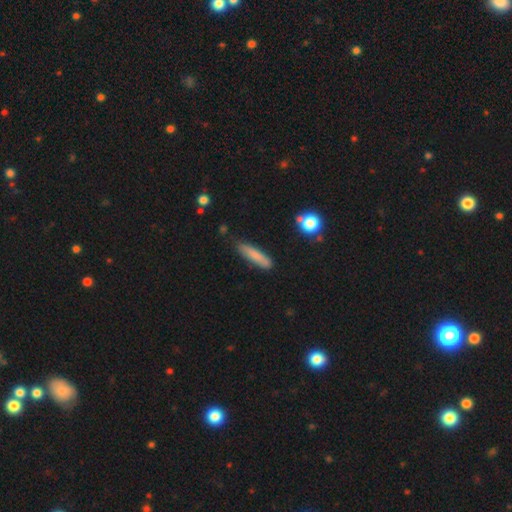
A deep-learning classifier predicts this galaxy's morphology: This appears to be a smooth galaxy with no disk features (79%) that is cigar-shaped (83%). Merging: none (80%).